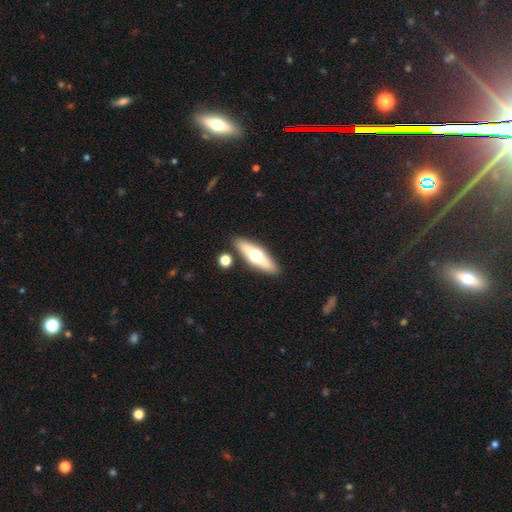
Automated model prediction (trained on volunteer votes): Q: Smooth or featured?
A: featured or disk (48%); runner-up: smooth (46%)
Q: Merging?
A: none (85%); runner-up: minor disturbance (8%)